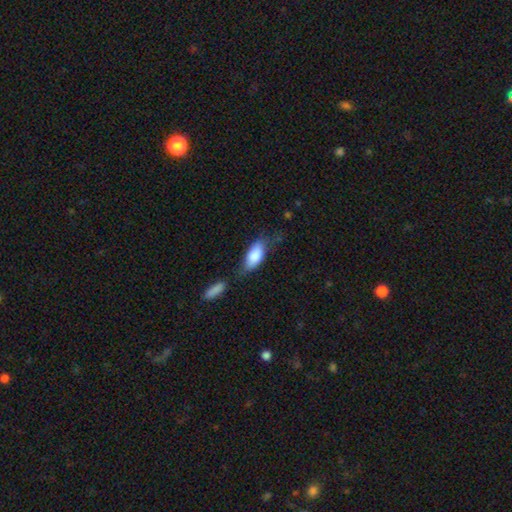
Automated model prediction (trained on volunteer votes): Overall: smooth (83%). How rounded: in between (86%). Merging: none (47%; minor disturbance 28%).